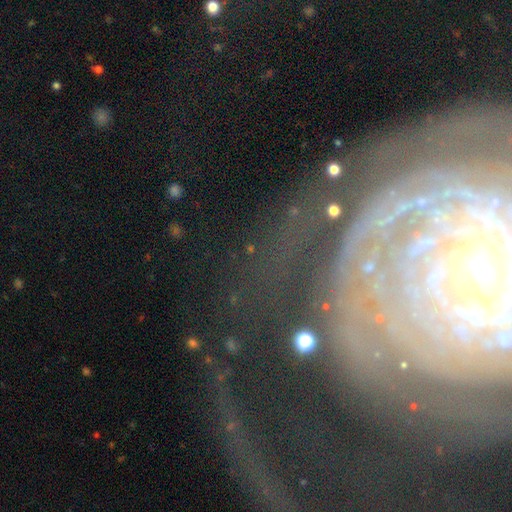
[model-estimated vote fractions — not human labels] featured or disk 81%, star or artifact 10%, smooth 8%. Down the decision tree: edge-on disk — no (95%); bar — no (61%); spiral arms — yes (91%); spiral arm count — can't tell (31%); spiral winding — tight (76%); bulge size — small (48%); merging — none (64%).